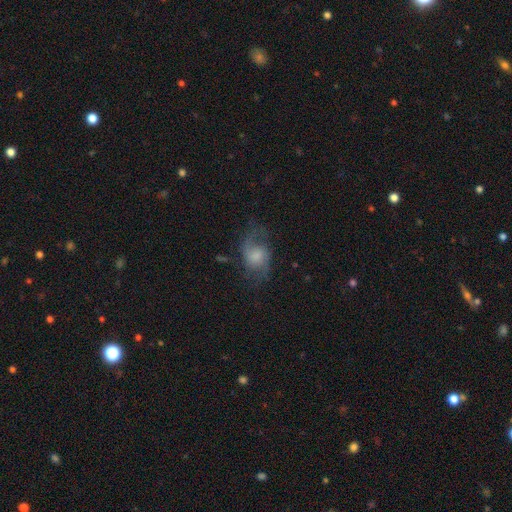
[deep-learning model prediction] This is possibly a featured or disk galaxy (57%). It is clearly not viewed edge-on (96%). Bar: likely no (66%). Spiral arm pattern: clearly yes (86%). Central bulge: marginally moderate (33%). Merging: possibly none (54%).